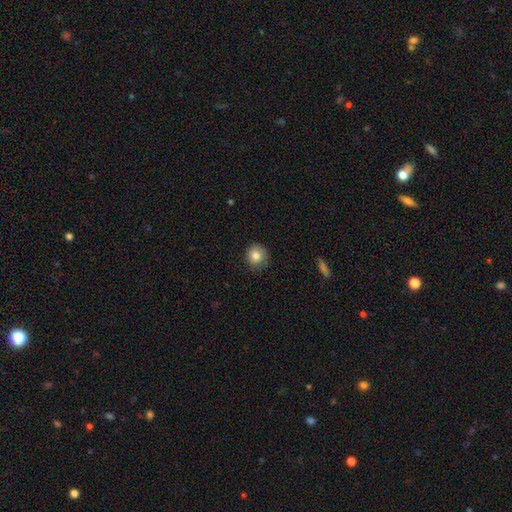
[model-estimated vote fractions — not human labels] Smooth or featured: smooth — 82% (star or artifact — 10%)
How rounded: round — 89% (in between — 10%)
Merging: none — 83% (minor disturbance — 13%)